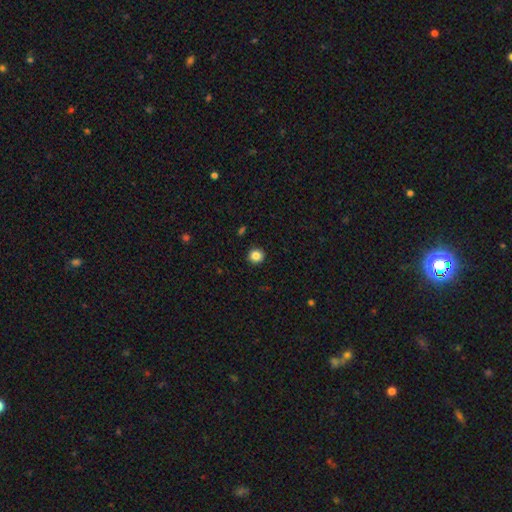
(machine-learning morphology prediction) Q: Smooth or featured?
A: smooth (85%); runner-up: star or artifact (10%)
Q: How rounded?
A: round (92%); runner-up: in between (7%)
Q: Merging?
A: none (92%); runner-up: minor disturbance (5%)